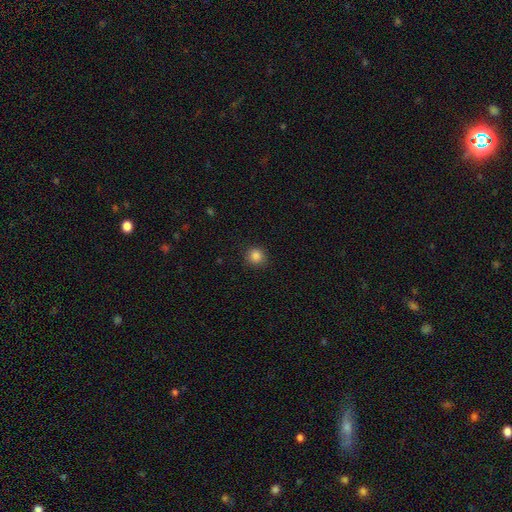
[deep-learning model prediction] Smooth or featured: smooth — 86% (star or artifact — 11%)
How rounded: round — 89% (in between — 10%)
Merging: none — 89% (minor disturbance — 8%)